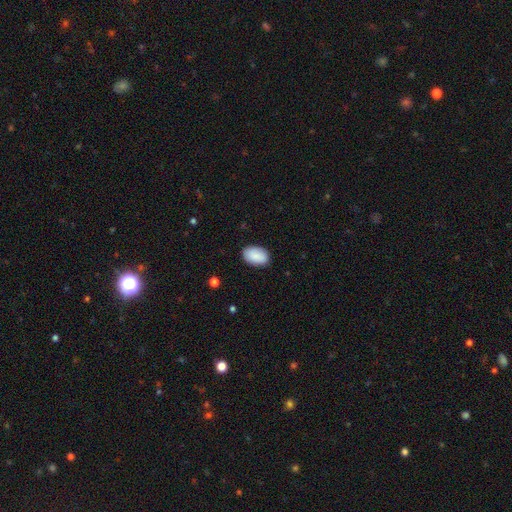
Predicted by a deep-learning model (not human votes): smooth_or_featured: smooth (p=0.90) [alt: star or artifact p=0.06]
how_rounded: in between (p=0.92) [alt: round p=0.07]
merging: none (p=0.87) [alt: minor disturbance p=0.10]